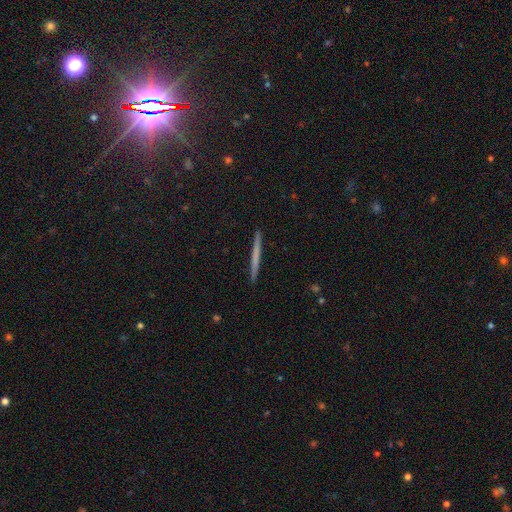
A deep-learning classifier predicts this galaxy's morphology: smooth_or_featured: smooth (p=0.53) [alt: featured or disk p=0.40]
how_rounded: cigar-shaped (p=0.97) [alt: in between p=0.02]
merging: none (p=0.93) [alt: minor disturbance p=0.05]